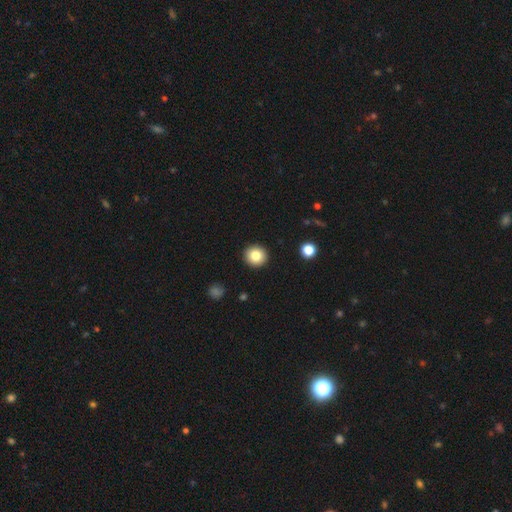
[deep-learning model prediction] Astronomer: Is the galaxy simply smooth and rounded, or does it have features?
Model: smooth — 83%.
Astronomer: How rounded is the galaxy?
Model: round — 93%.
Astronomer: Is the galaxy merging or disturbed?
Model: none — 92%.